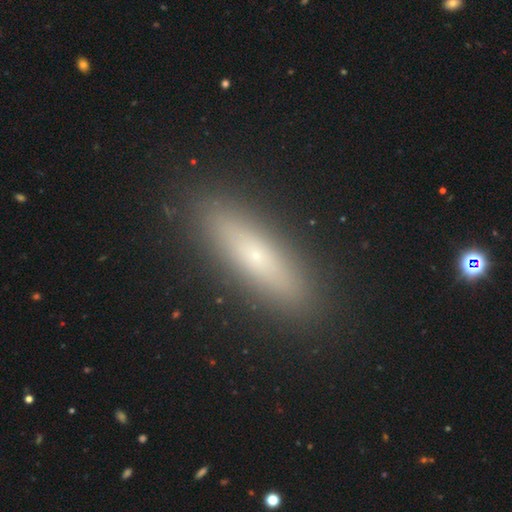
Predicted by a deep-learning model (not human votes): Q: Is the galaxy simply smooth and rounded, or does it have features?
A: smooth — 55%.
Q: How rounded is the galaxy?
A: cigar-shaped — 76%.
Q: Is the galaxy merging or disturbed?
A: none — 90%.